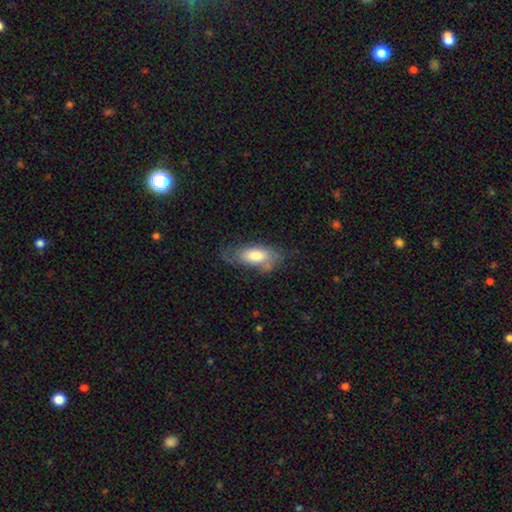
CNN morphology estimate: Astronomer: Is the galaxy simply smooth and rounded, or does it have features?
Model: smooth — 66%.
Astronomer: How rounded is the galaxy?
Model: in between — 80%.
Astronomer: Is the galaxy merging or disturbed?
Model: none — 54% (runner-up: minor disturbance, 29%).